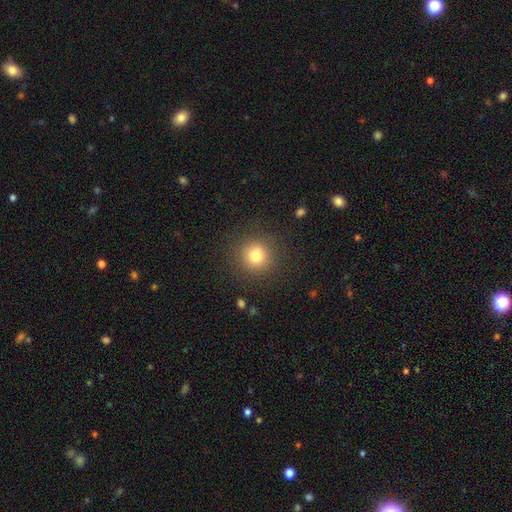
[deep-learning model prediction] Smooth or featured? Predicted: smooth (p=0.78). How rounded? Predicted: round (p=0.92). Merging? Predicted: none (p=0.85).